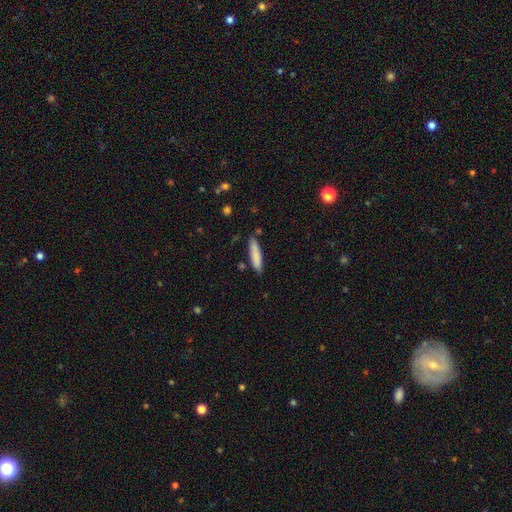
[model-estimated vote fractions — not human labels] A smooth galaxy with no disk features (84%) that is cigar-shaped (79%). Merging: none (82%).